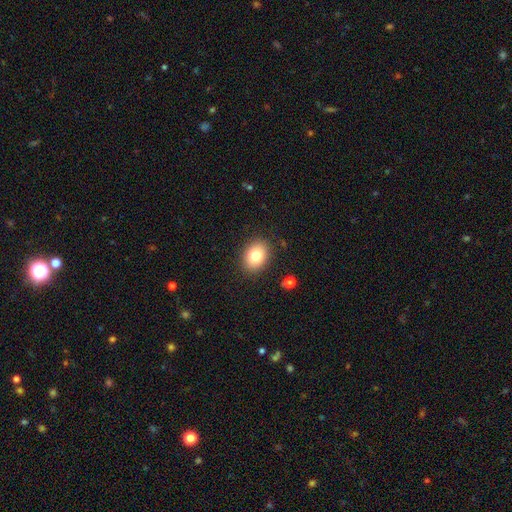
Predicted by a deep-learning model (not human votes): Smooth or featured?
  - smooth: 80% *
  - featured or disk: 11%
  - star or artifact: 9%
How rounded?
  - in between: 66% *
  - round: 33%
  - cigar-shaped: 1%
Merging?
  - none: 88% *
  - minor disturbance: 8%
  - major disturbance: 3%
  - merger: 1%